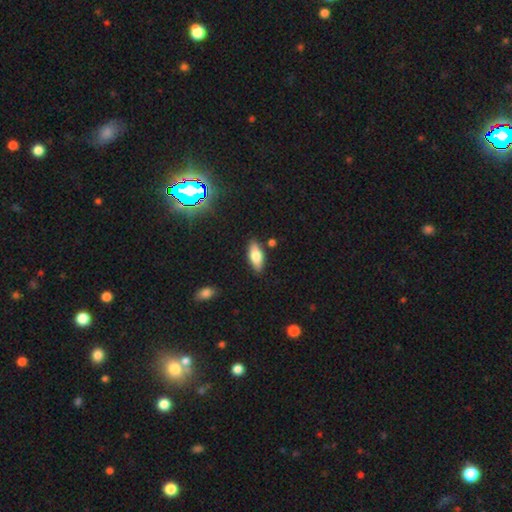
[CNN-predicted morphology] type=smooth (68%); roundness=in between (73%); merging=none (84%).